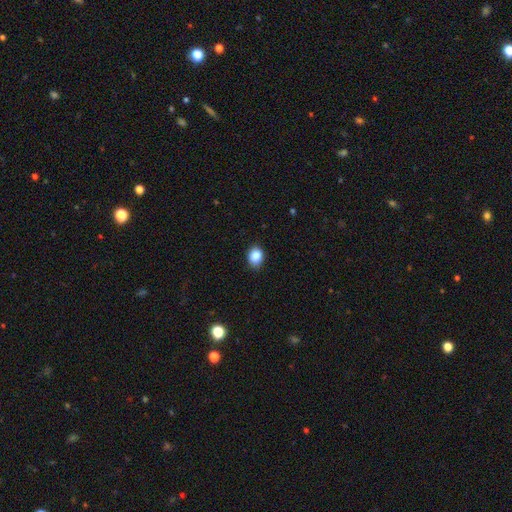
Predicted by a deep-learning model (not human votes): Q: Smooth or featured?
A: smooth (86%); runner-up: star or artifact (9%)
Q: How rounded?
A: in between (53%); runner-up: round (46%)
Q: Merging?
A: none (82%); runner-up: minor disturbance (14%)